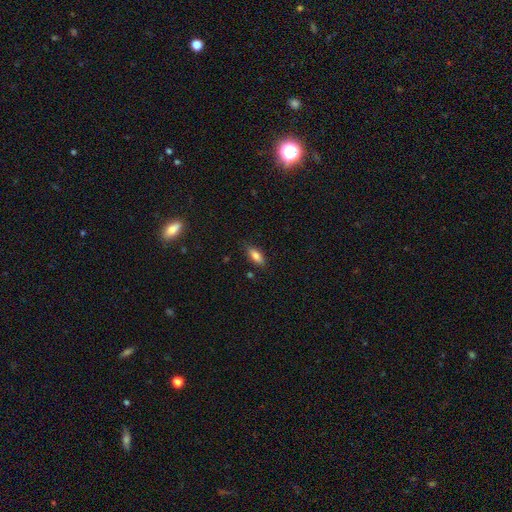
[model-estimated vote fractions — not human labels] Smooth or featured: smooth — 77% (featured or disk — 15%)
How rounded: in between — 69% (cigar-shaped — 28%)
Merging: none — 84% (minor disturbance — 12%)